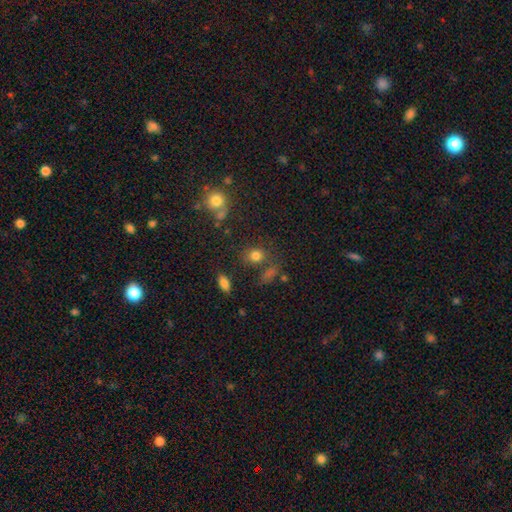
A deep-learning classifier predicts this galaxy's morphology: Smooth or featured?
  - smooth: 78% *
  - star or artifact: 15%
  - featured or disk: 8%
How rounded?
  - round: 67% *
  - in between: 31%
  - cigar-shaped: 2%
Merging?
  - none: 67% *
  - minor disturbance: 14%
  - merger: 12%
  - major disturbance: 7%